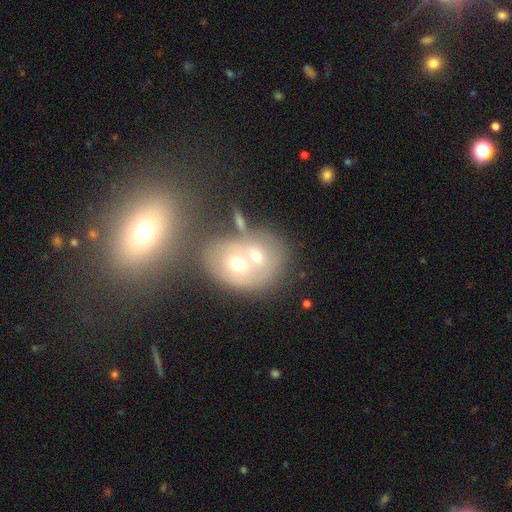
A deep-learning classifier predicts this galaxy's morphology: smooth 53%, featured or disk 35%, star or artifact 11%. Down the decision tree: how rounded — round (51%); merging — merger (62%).